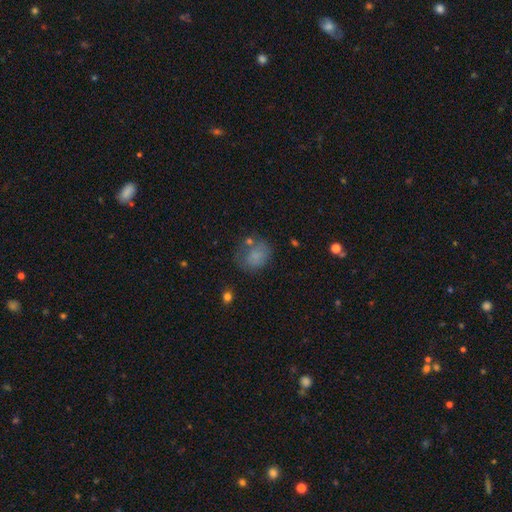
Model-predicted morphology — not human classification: smooth 74%, featured or disk 13%, star or artifact 13%. Down the decision tree: how rounded — round (51%); merging — none (54%).